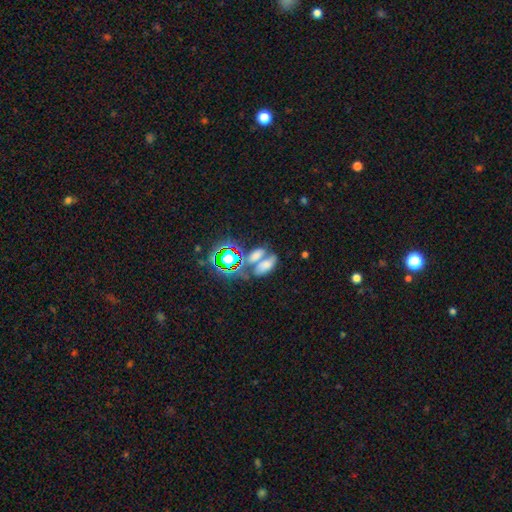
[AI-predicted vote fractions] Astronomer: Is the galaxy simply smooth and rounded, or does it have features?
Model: smooth — 56%.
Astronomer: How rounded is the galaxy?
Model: in between — 79%.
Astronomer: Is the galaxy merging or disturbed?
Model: merger — 49% (runner-up: none, 35%).